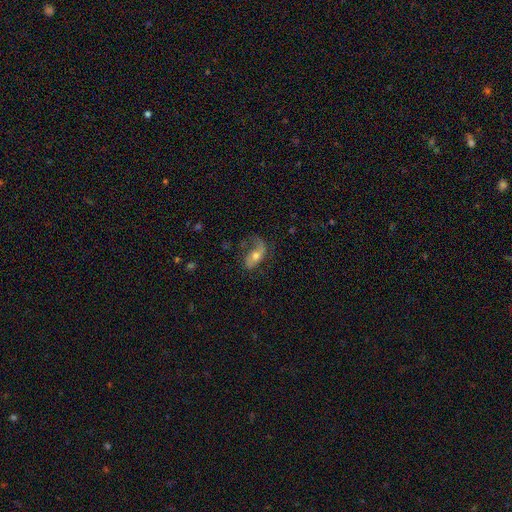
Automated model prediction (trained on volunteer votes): A featured or disk galaxy (64%) with no bar (58%), spiral arms (85%) and a moderate central bulge (67%). Merging: none (51%).